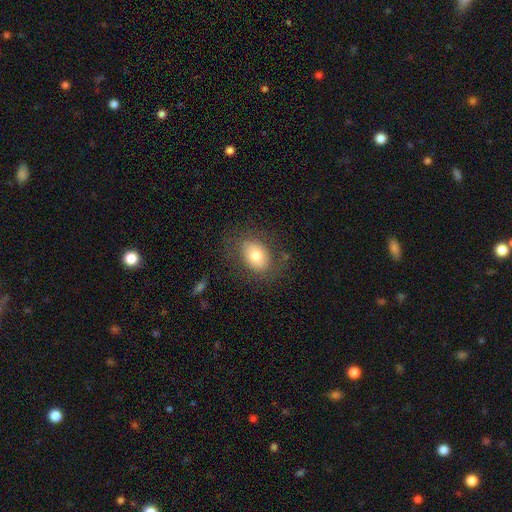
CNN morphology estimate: smooth 74%, featured or disk 17%, star or artifact 9%. Down the decision tree: how rounded — in between (71%); merging — none (76%).